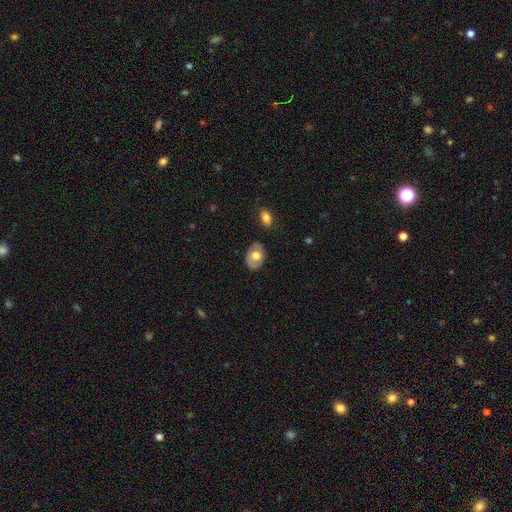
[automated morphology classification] Smooth or featured? Predicted: smooth (p=0.61). How rounded? Predicted: in between (p=0.80). Merging? Predicted: none (p=0.81).